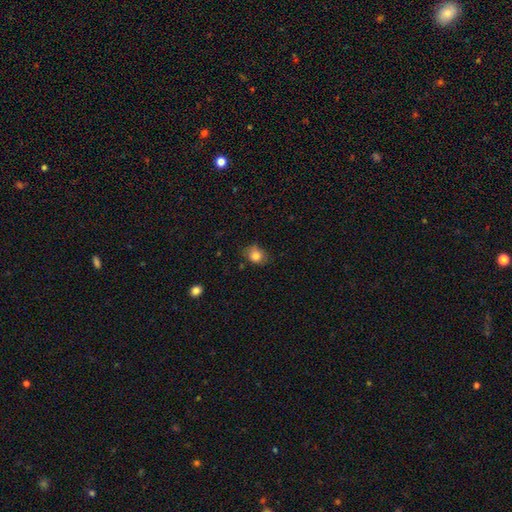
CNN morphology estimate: A smooth galaxy with no disk features (82%) that is round (52%). Merging: none (71%).